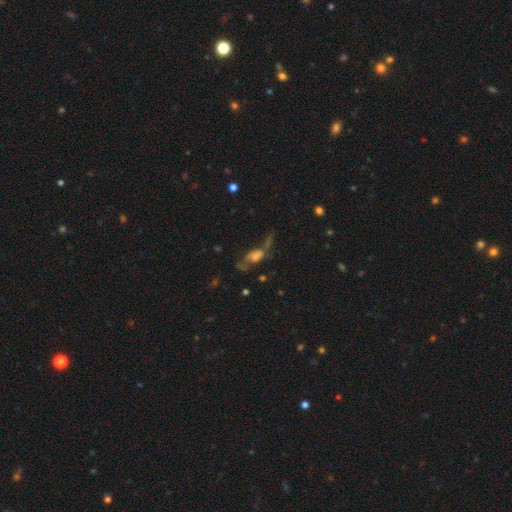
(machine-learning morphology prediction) smooth 44%, featured or disk 37%, star or artifact 19%. Down the decision tree: merging — major disturbance (34%).